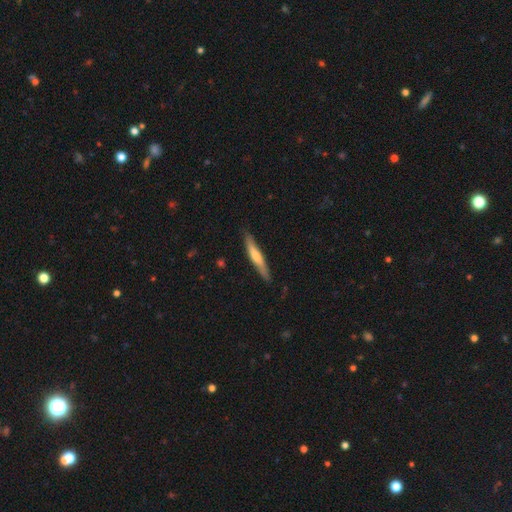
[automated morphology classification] This appears to be a smooth galaxy with no disk features (53%) that is cigar-shaped (93%). Merging: none (83%).